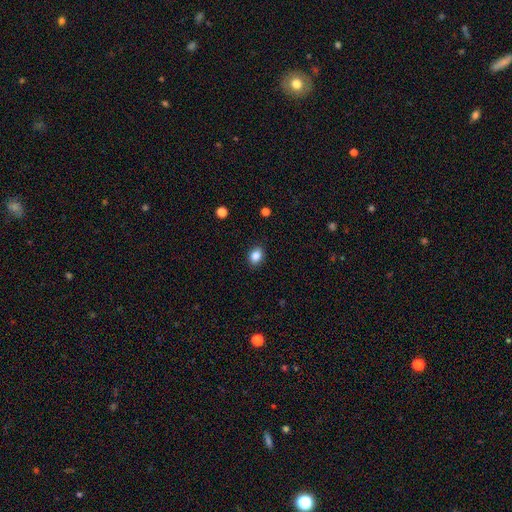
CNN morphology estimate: smooth_or_featured: smooth (p=0.86) [alt: star or artifact p=0.09]
how_rounded: in between (p=0.66) [alt: round p=0.33]
merging: none (p=0.88) [alt: minor disturbance p=0.08]